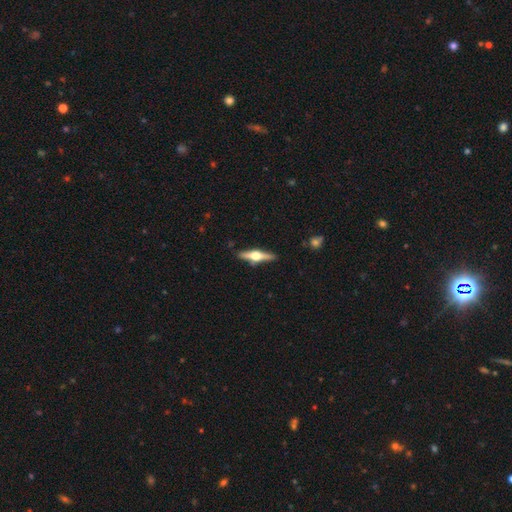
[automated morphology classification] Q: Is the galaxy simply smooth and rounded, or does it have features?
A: featured or disk — 75%.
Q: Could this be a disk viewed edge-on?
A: yes — 98%.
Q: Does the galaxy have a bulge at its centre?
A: rounded — 96%.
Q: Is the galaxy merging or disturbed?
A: none — 89%.